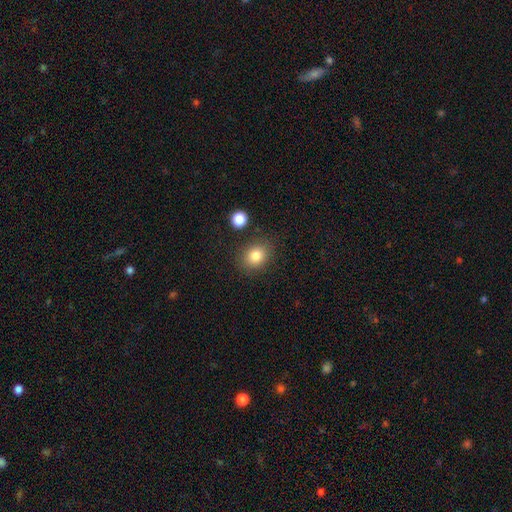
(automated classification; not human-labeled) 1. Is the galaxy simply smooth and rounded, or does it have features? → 82% smooth, 10% star or artifact, 7% featured or disk.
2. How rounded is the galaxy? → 52% round, 47% in between, 1% cigar-shaped.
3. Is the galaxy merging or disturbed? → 81% none, 11% minor disturbance, 4% merger, 4% major disturbance.